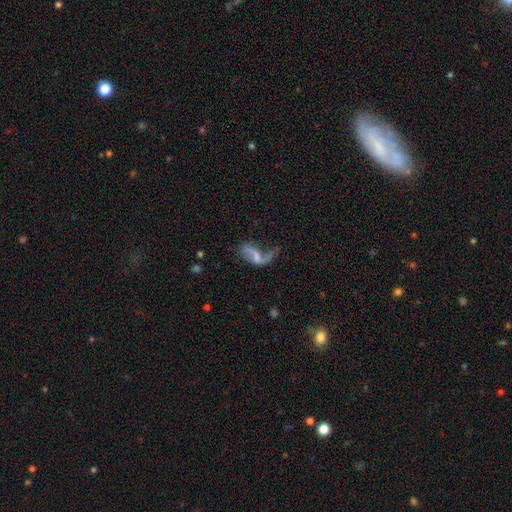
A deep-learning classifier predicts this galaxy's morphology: A featured or disk galaxy (72%) with a weak bar (42%), 2 (66%) loose (85%) spiral arms (81%) and no central bulge (42%).

Vote fractions:
- Smooth or featured? featured or disk: 72% / smooth: 19% / star or artifact: 9%
- Edge-on disk? no: 96% / yes: 4%
- Bar? weak: 42% / no: 41% / strong: 17%
- Spiral arms? yes: 81% / no: 19%
- Spiral winding? loose: 85% / medium: 12% / tight: 3%
- Spiral arm count? 2: 66% / 1: 27% / can't tell: 4% / 3: 1% / 4: 1% / more than 4: 1%
- Bulge size? none: 42% / small: 34% / moderate: 19% / large: 4% / dominant: 1%
- Merging? major disturbance: 39% / none: 32% / minor disturbance: 19% / merger: 9%